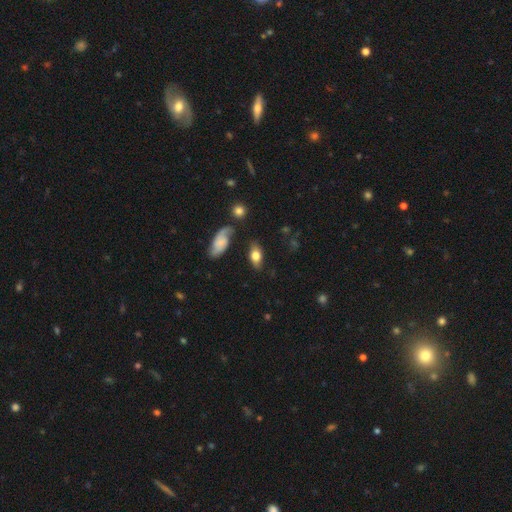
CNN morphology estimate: A smooth galaxy with no disk features (68%) that is in between round and cigar-shaped (86%).

Vote fractions:
- Smooth or featured? smooth: 68% / featured or disk: 24% / star or artifact: 8%
- How rounded? in between: 86% / round: 7% / cigar-shaped: 7%
- Merging? none: 72% / minor disturbance: 18% / major disturbance: 5% / merger: 5%